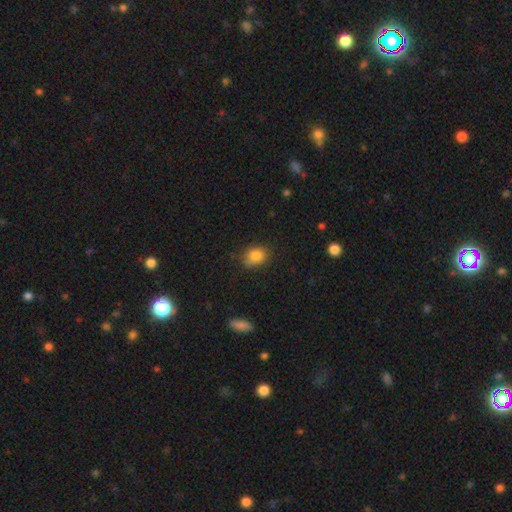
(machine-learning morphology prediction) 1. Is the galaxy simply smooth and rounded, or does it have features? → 84% smooth, 10% star or artifact, 7% featured or disk.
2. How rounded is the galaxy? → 60% in between, 38% round, 1% cigar-shaped.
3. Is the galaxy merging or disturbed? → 68% none, 24% minor disturbance, 5% major disturbance, 2% merger.